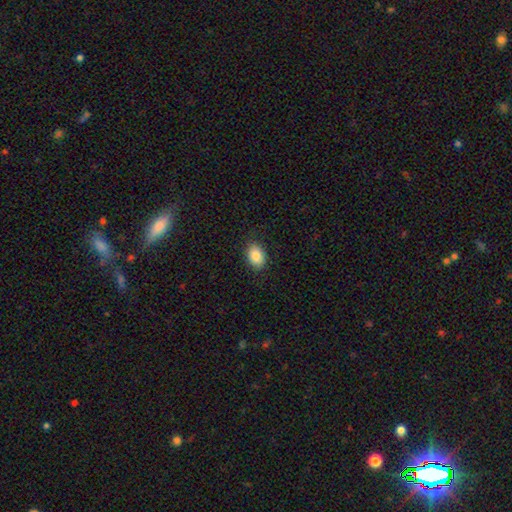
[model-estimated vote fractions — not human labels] Smooth or featured? Predicted: smooth (p=0.87). How rounded? Predicted: in between (p=0.78). Merging? Predicted: none (p=0.87).